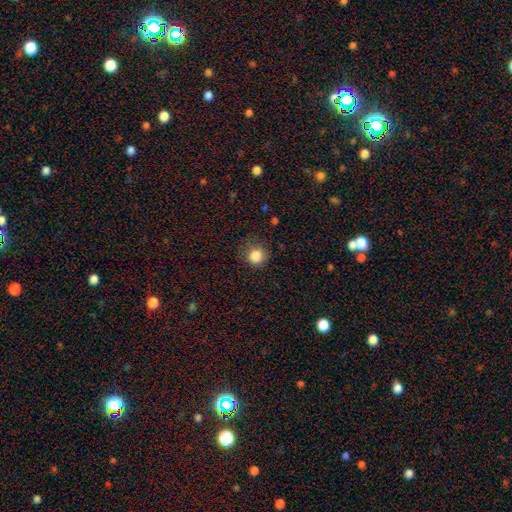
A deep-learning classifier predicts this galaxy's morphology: smooth 85%, star or artifact 11%, featured or disk 4%. Down the decision tree: how rounded — round (88%); merging — none (74%).